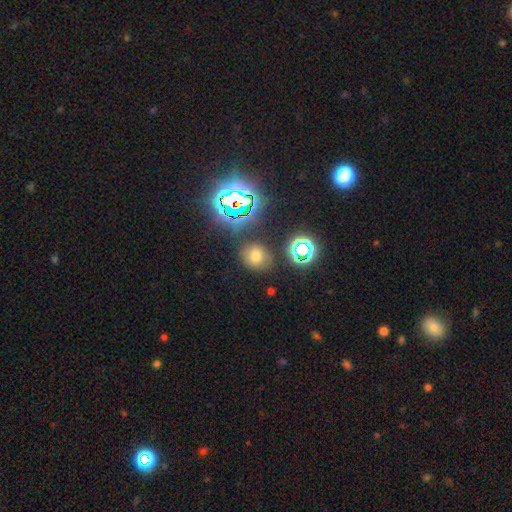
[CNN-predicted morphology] smooth-or-featured: smooth: 65% | star or artifact: 26% | featured or disk: 9%
  how-rounded: round: 69% | in between: 30% | cigar-shaped: 1%
  merging: none: 81% | minor disturbance: 11% | merger: 4% | major disturbance: 4%